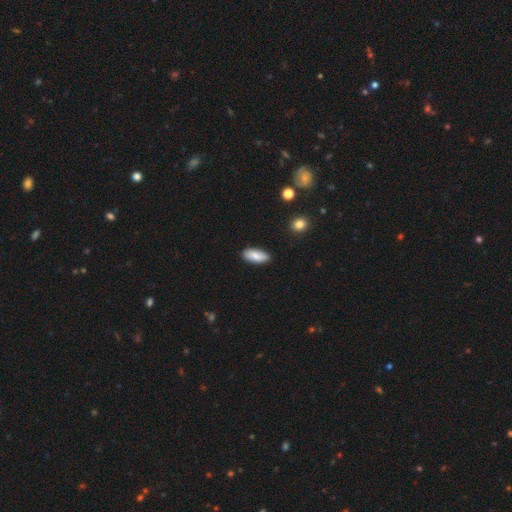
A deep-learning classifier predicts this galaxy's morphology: Q: Smooth or featured?
A: smooth (85%); runner-up: featured or disk (9%)
Q: How rounded?
A: in between (84%); runner-up: cigar-shaped (14%)
Q: Merging?
A: none (87%); runner-up: minor disturbance (10%)